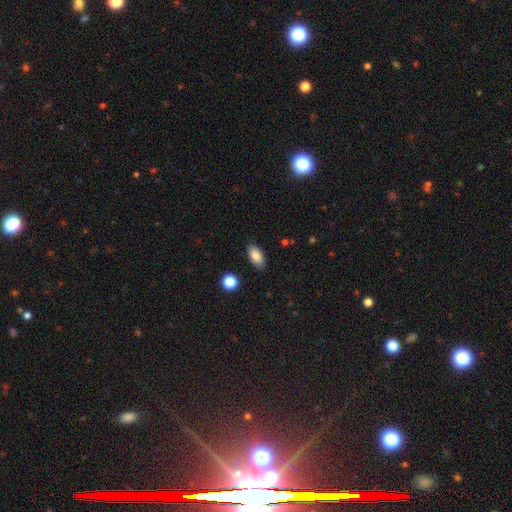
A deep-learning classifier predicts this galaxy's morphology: Smooth or featured? Predicted: smooth (p=0.85). How rounded? Predicted: in between (p=0.92). Merging? Predicted: none (p=0.87).